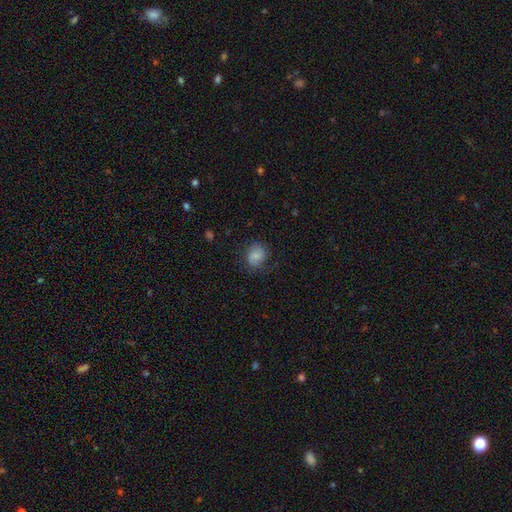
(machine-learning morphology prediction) Smooth or featured? smooth (79%)
How rounded? round (55%)
Merging? none (71%)